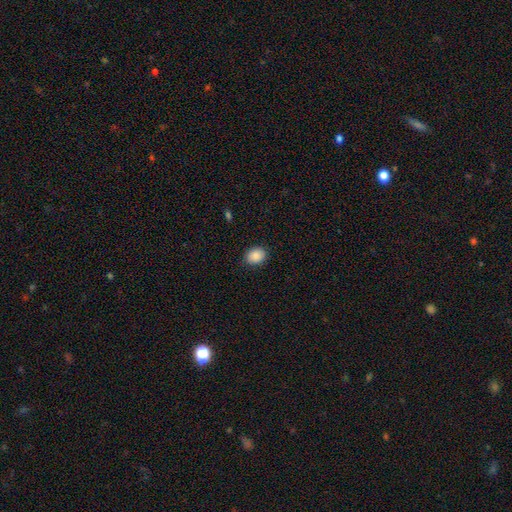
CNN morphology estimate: This appears to be a smooth galaxy with no disk features (88%) that is in between round and cigar-shaped (51%). Merging: none (87%).